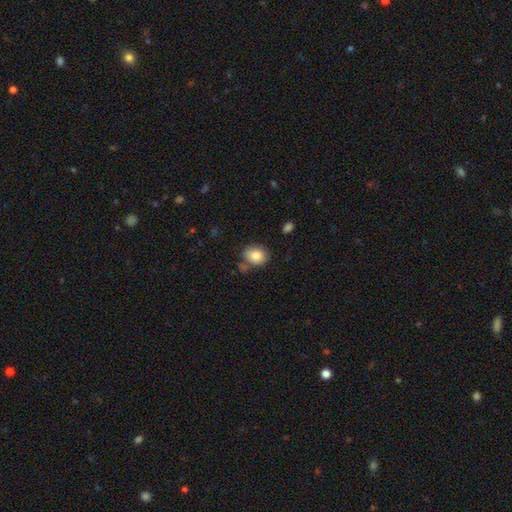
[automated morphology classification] smooth-or-featured: smooth: 83% | star or artifact: 8% | featured or disk: 8%
  how-rounded: round: 51% | in between: 48% | cigar-shaped: 1%
  merging: none: 71% | minor disturbance: 17% | merger: 9% | major disturbance: 4%